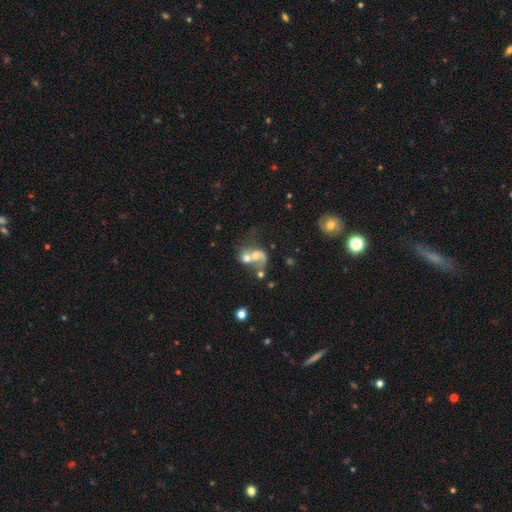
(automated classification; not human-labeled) Smooth or featured? featured or disk (54%)
Edge-on disk? no (97%)
Bar? no (73%)
Spiral arms? yes (66%)
Bulge size? moderate (50%)
Merging? merger (68%)